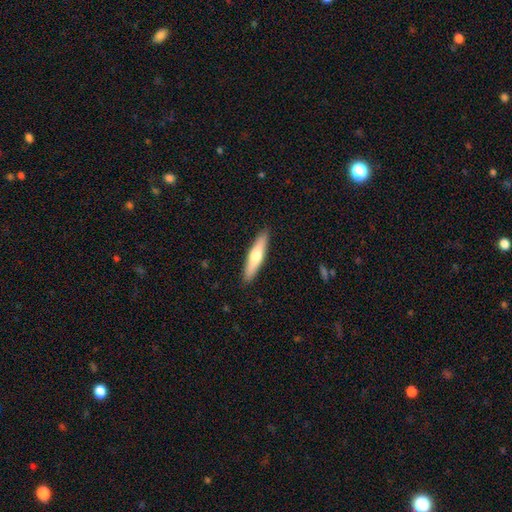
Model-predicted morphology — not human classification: A smooth galaxy with no disk features (56%) that is cigar-shaped (80%). Merging: none (90%).